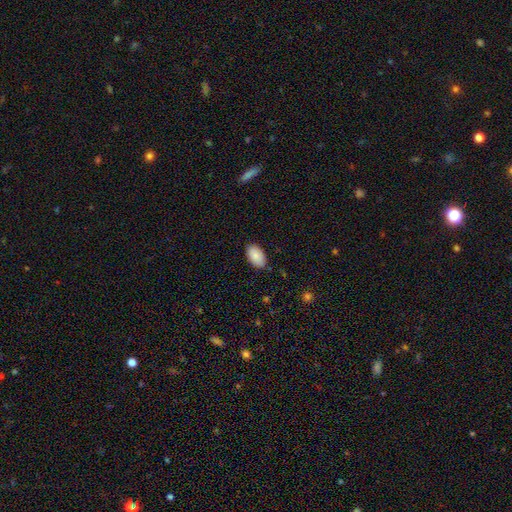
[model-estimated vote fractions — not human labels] The model was most divided on "merging": none: 85%, minor disturbance: 12%, major disturbance: 2%, merger: 1%. More confident: how rounded — in between (95%); smooth or featured — smooth (89%).